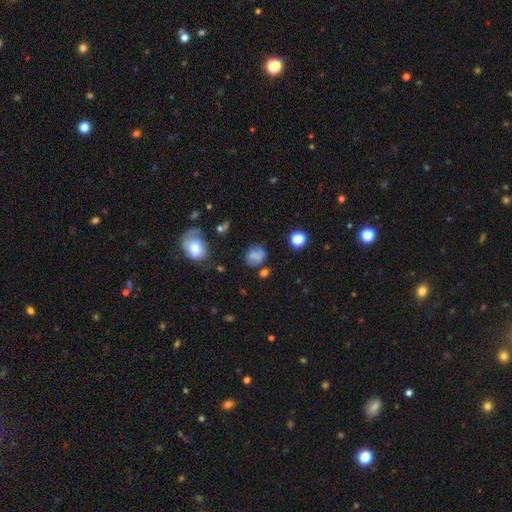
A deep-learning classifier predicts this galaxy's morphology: Smooth or featured? smooth (62%)
How rounded? round (62%)
Merging? none (55%)